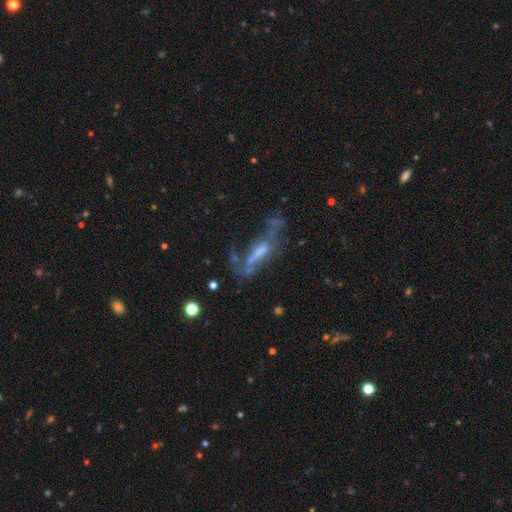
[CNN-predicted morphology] smooth_or_featured: featured or disk (p=0.62) [alt: smooth p=0.20]
disk_edge_on: no (p=0.62) [alt: yes p=0.38]
merging: none (p=0.43) [alt: major disturbance p=0.29]